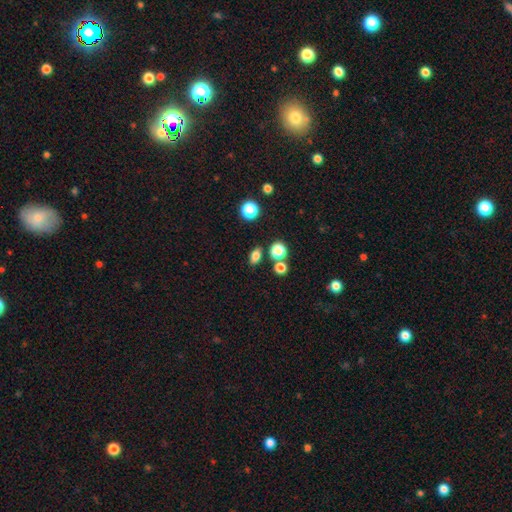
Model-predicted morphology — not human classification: The model was most divided on "how rounded": in between: 74%, round: 23%, cigar-shaped: 3%. More confident: smooth or featured — smooth (80%); merging — none (80%).